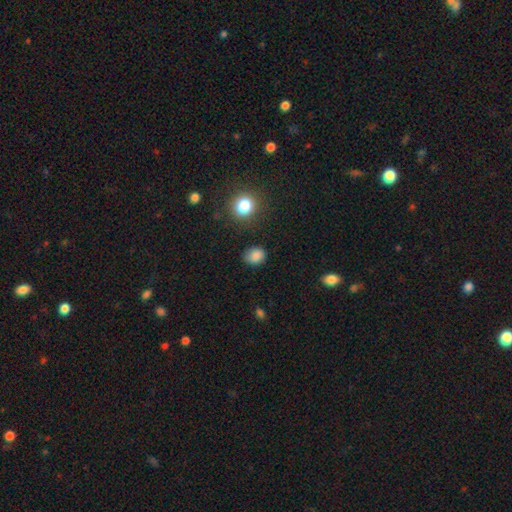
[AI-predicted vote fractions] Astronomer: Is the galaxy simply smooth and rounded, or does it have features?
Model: smooth — 86%.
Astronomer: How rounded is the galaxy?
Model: round — 58% (runner-up: in between, 41%).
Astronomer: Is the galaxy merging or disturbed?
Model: none — 79%.